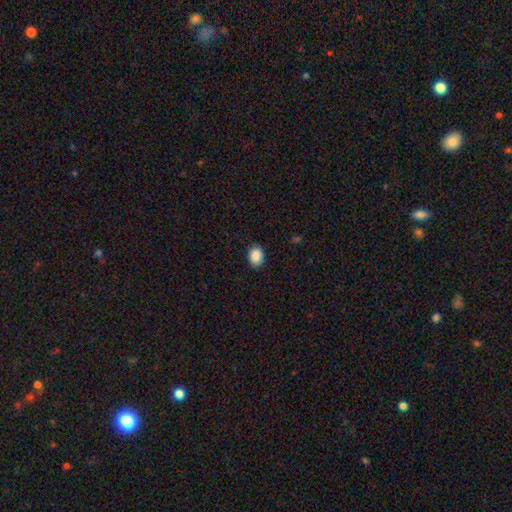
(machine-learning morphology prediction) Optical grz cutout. It shows a smooth galaxy with no disk features (89%) that is in between round and cigar-shaped (72%). Merging: none (89%).